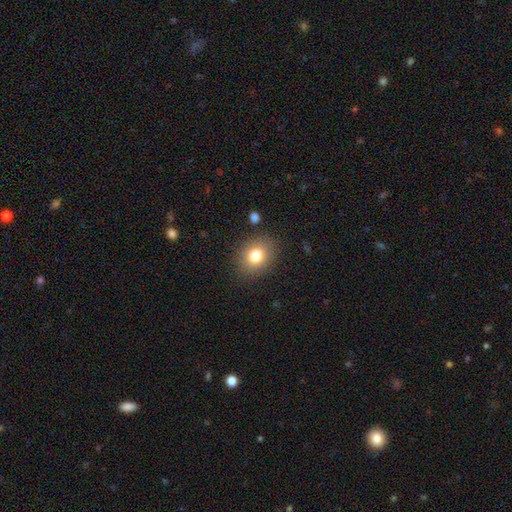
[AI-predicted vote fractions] Smooth or featured?
  - smooth: 80% *
  - star or artifact: 11%
  - featured or disk: 10%
How rounded?
  - round: 54% *
  - in between: 45%
  - cigar-shaped: 1%
Merging?
  - none: 86% *
  - minor disturbance: 9%
  - major disturbance: 3%
  - merger: 2%